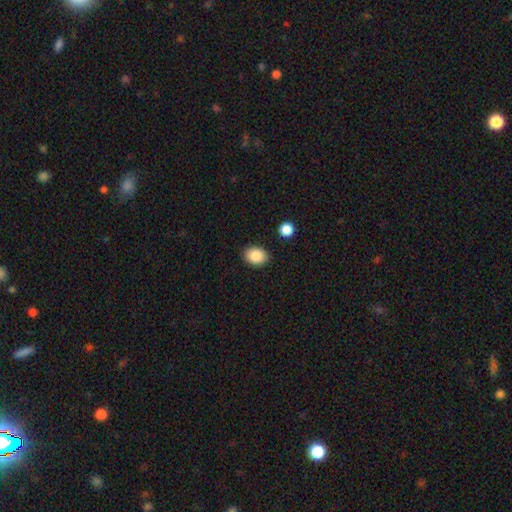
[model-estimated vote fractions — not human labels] This appears to be a smooth galaxy with no disk features (87%) that is in between round and cigar-shaped (73%). Merging: none (86%).